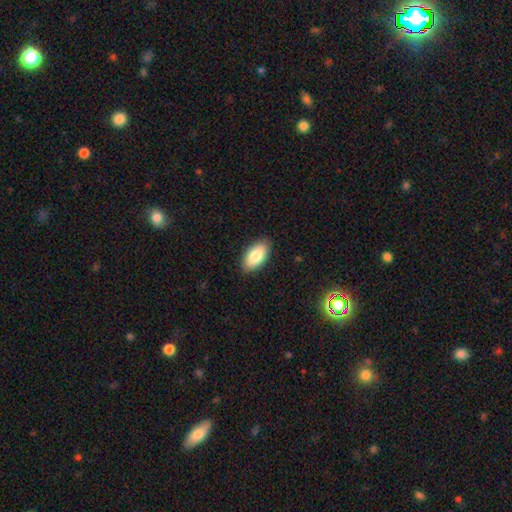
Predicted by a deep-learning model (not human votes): A smooth galaxy with no disk features (84%) that is in between round and cigar-shaped (94%). Merging: none (87%).